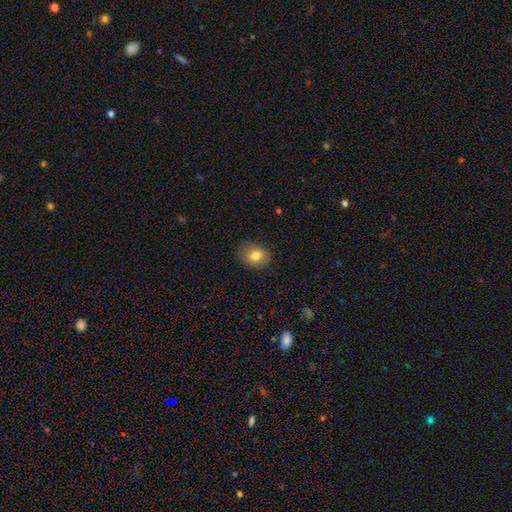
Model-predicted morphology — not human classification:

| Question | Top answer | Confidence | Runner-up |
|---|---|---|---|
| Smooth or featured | smooth | 78% | featured or disk (12%) |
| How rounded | in between | 52% | round (47%) |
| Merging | none | 85% | minor disturbance (11%) |